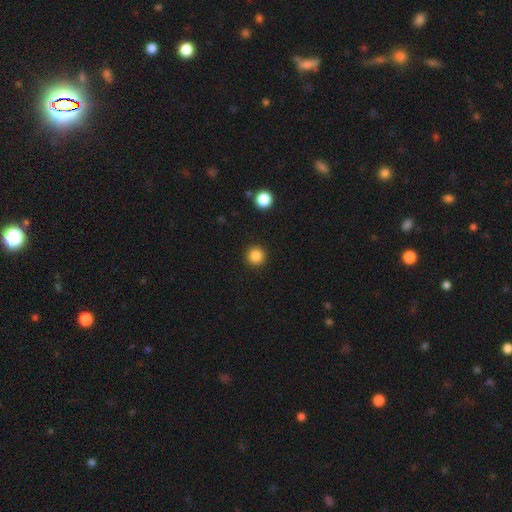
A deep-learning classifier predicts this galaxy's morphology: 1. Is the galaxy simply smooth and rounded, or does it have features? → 84% smooth, 12% star or artifact, 4% featured or disk.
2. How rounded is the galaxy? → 96% round, 3% in between, 1% cigar-shaped.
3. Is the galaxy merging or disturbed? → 92% none, 5% minor disturbance, 2% major disturbance, 1% merger.